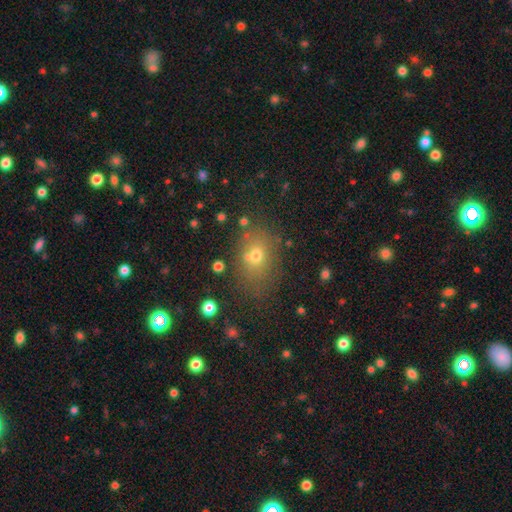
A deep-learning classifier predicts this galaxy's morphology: smooth 66%, star or artifact 19%, featured or disk 15%. Down the decision tree: how rounded — in between (58%); merging — none (69%).